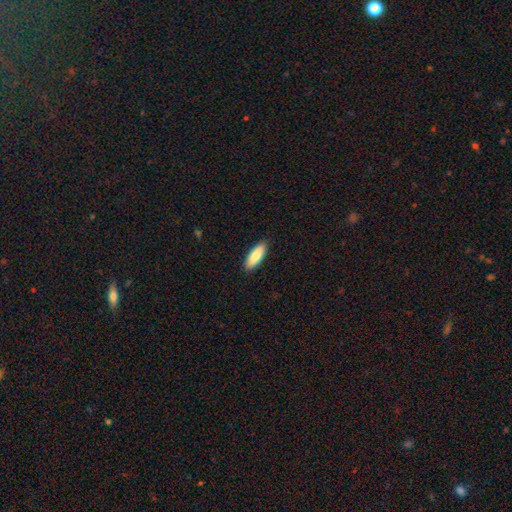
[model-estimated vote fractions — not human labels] A smooth galaxy with no disk features (87%) that is in between round and cigar-shaped (63%).

Vote fractions:
- Smooth or featured? smooth: 87% / featured or disk: 8% / star or artifact: 5%
- How rounded? in between: 63% / cigar-shaped: 35% / round: 2%
- Merging? none: 90% / minor disturbance: 7% / major disturbance: 2% / merger: 1%